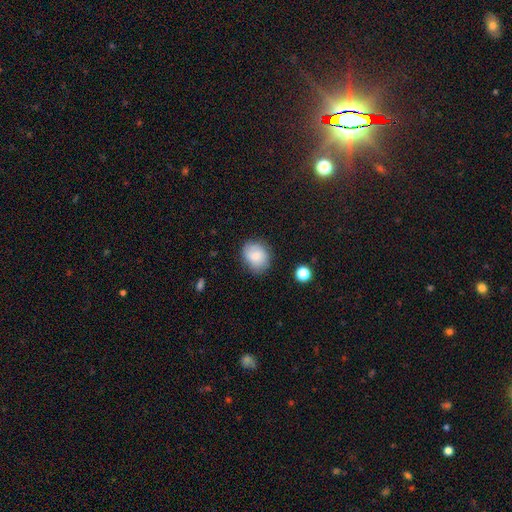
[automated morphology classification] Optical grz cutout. It shows a smooth galaxy with no disk features (82%) that is round (52%). Merging: none (75%).